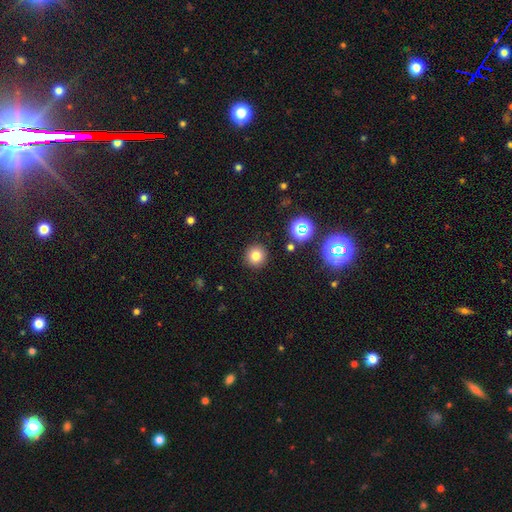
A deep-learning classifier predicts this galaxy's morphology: The model was most divided on "smooth or featured": smooth: 77%, star or artifact: 16%, featured or disk: 7%. More confident: how rounded — round (94%); merging — none (91%).